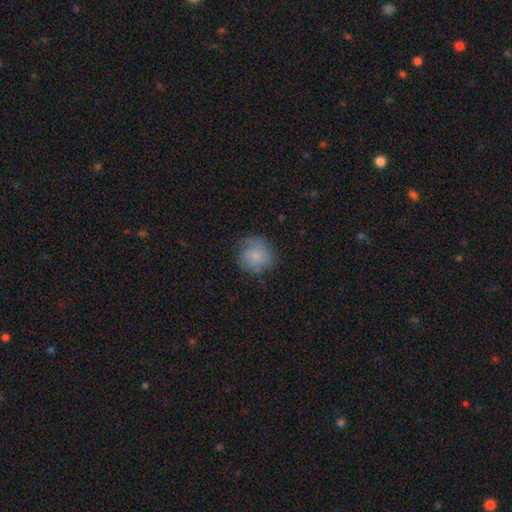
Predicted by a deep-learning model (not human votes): Smooth or featured: smooth — 76% (featured or disk — 15%)
How rounded: round — 86% (in between — 13%)
Merging: none — 68% (minor disturbance — 23%)